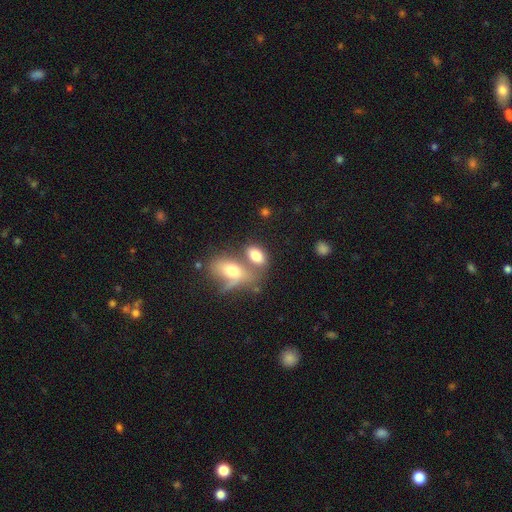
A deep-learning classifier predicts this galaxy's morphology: Smooth or featured? Predicted: smooth (p=0.77). How rounded? Predicted: in between (p=0.89). Merging? Predicted: merger (p=0.46).